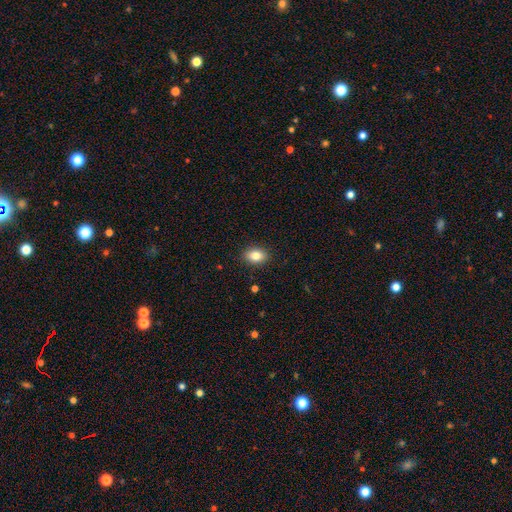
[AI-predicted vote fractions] A smooth galaxy with no disk features (83%) that is in between round and cigar-shaped (72%). Merging: none (90%).